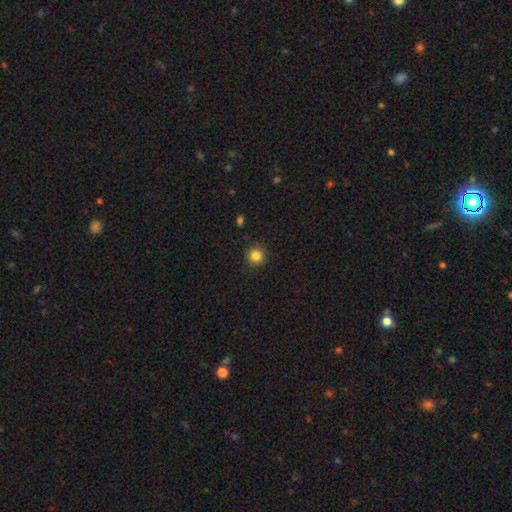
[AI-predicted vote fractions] Smooth or featured? Predicted: smooth (p=0.85). How rounded? Predicted: round (p=0.95). Merging? Predicted: none (p=0.90).